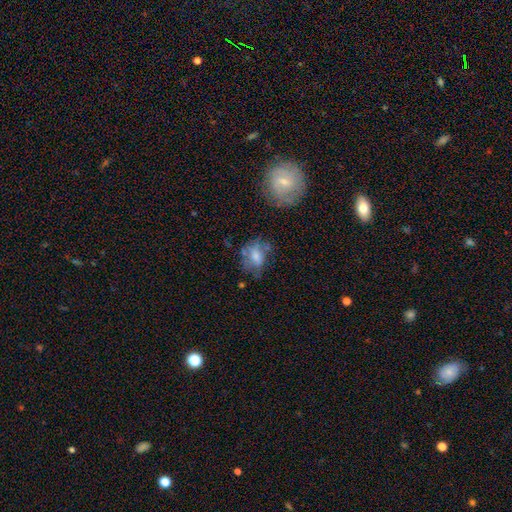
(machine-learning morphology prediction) Smooth or featured?
  - smooth: 57% *
  - featured or disk: 32%
  - star or artifact: 11%
How rounded?
  - in between: 73% *
  - round: 26%
  - cigar-shaped: 2%
Merging?
  - none: 41% *
  - minor disturbance: 27%
  - major disturbance: 25%
  - merger: 7%